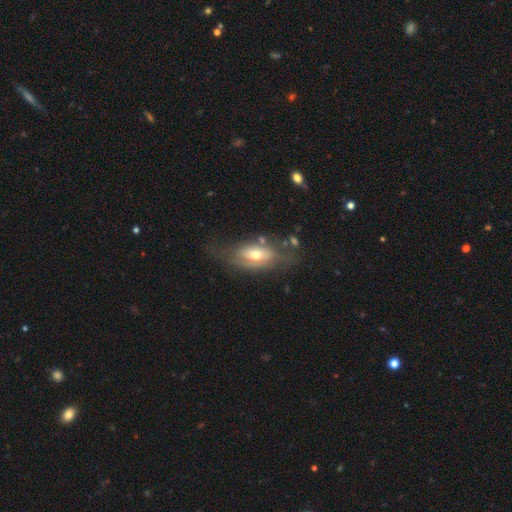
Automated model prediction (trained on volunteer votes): smooth_or_featured: featured or disk (p=0.51) [alt: smooth p=0.42]
disk_edge_on: no (p=0.73) [alt: yes p=0.27]
merging: none (p=0.50) [alt: minor disturbance p=0.26]